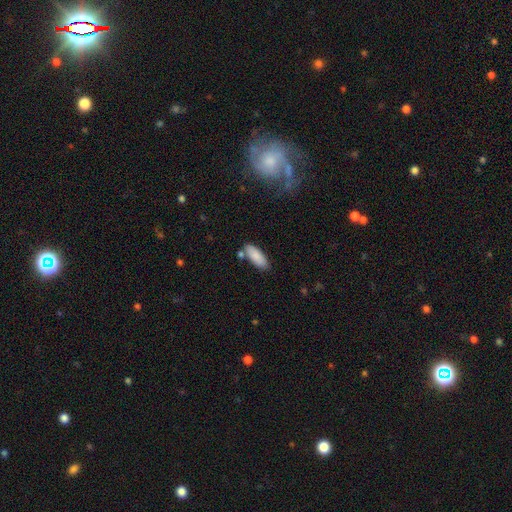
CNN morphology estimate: Overall: smooth (87%). How rounded: in between (75%). Merging: none (74%).